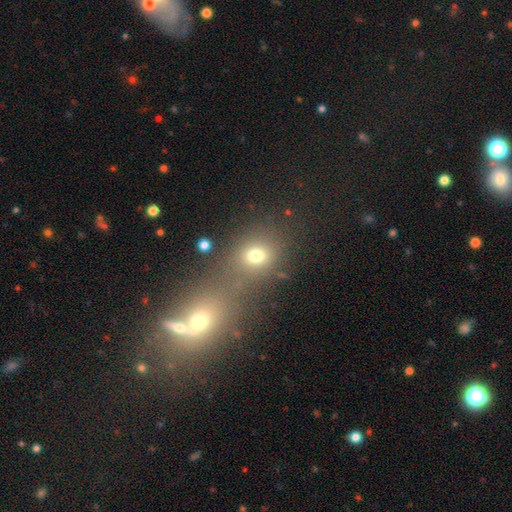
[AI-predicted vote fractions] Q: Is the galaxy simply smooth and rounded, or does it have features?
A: smooth — 70%.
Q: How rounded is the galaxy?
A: round — 59%.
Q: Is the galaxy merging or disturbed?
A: none — 53%.